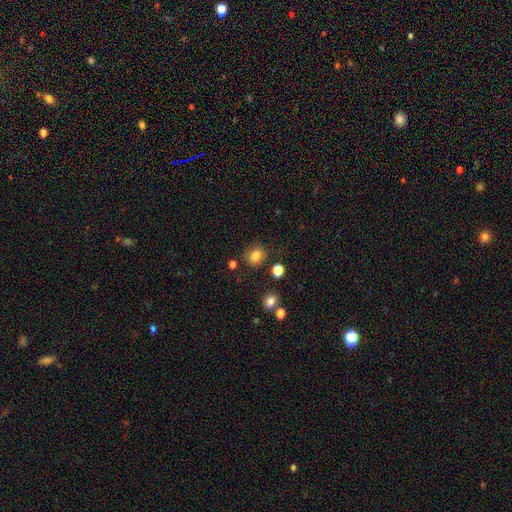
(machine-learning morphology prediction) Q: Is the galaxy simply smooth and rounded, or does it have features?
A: smooth — 83%.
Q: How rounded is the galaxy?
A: round — 71%.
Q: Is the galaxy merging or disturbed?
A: none — 81%.